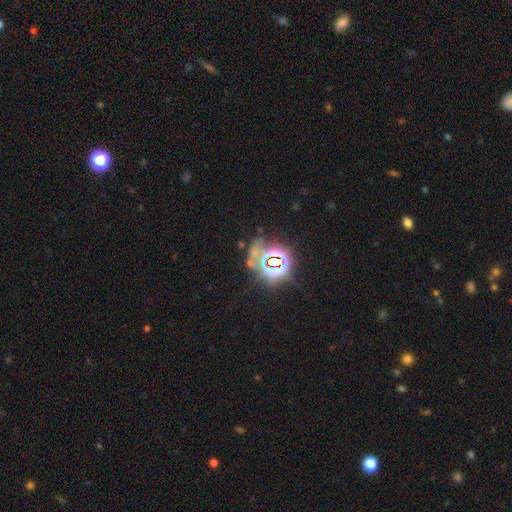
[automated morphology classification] Q: Smooth or featured?
A: star or artifact (68%); runner-up: smooth (18%)